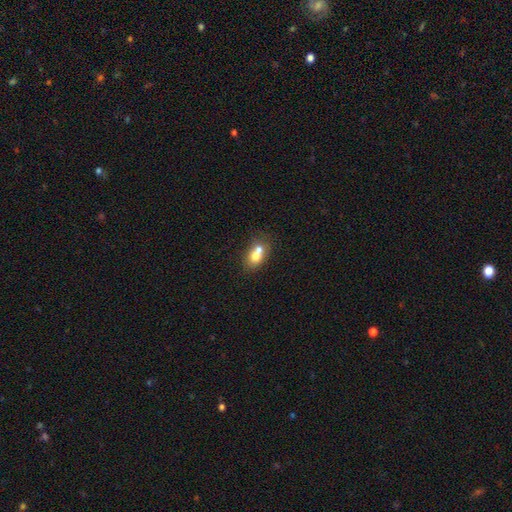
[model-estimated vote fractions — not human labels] Smooth or featured?
  - smooth: 68% *
  - featured or disk: 22%
  - star or artifact: 10%
How rounded?
  - in between: 64% *
  - round: 34%
  - cigar-shaped: 2%
Merging?
  - merger: 59% *
  - none: 29%
  - minor disturbance: 8%
  - major disturbance: 4%